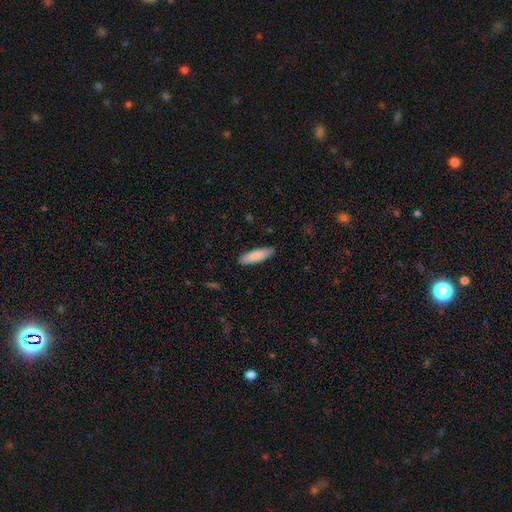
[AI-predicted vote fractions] A smooth galaxy with no disk features (86%) that is cigar-shaped (64%). Merging: none (89%).